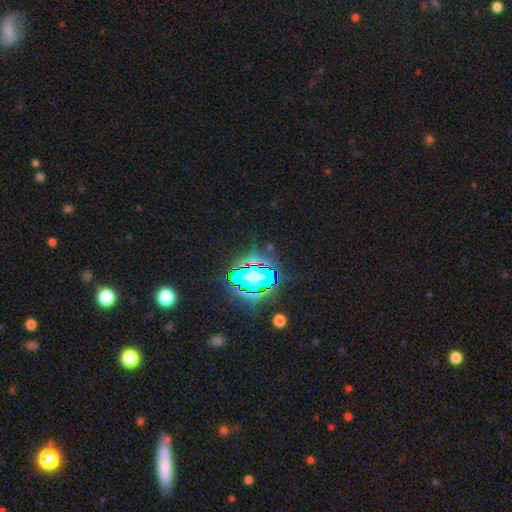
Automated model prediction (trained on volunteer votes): Q: Smooth or featured?
A: star or artifact (76%); runner-up: smooth (14%)